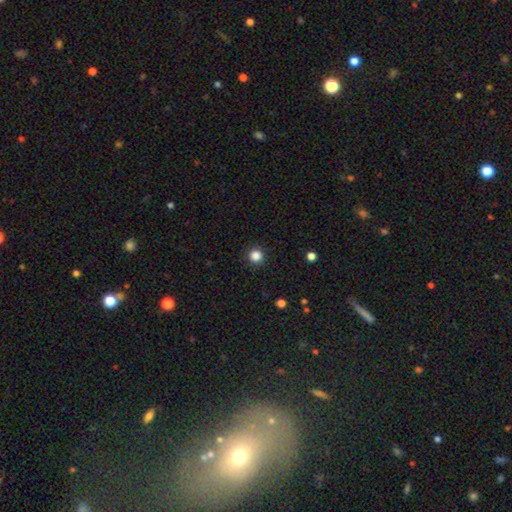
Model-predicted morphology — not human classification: Q: Smooth or featured?
A: smooth (85%); runner-up: star or artifact (12%)
Q: How rounded?
A: round (95%); runner-up: in between (4%)
Q: Merging?
A: none (92%); runner-up: minor disturbance (5%)